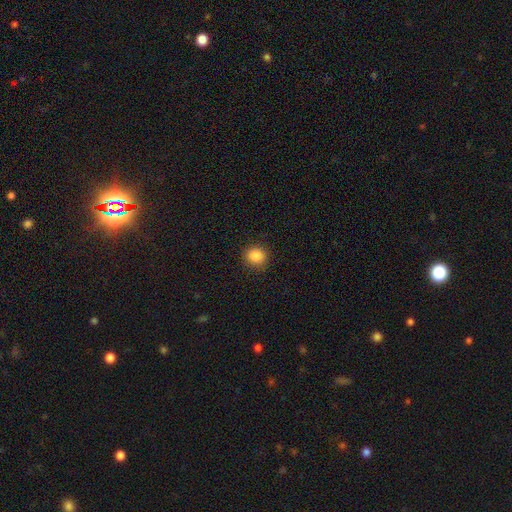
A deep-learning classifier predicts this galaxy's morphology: Smooth or featured?
  - smooth: 86% *
  - star or artifact: 10%
  - featured or disk: 4%
How rounded?
  - round: 87% *
  - in between: 12%
  - cigar-shaped: 1%
Merging?
  - none: 89% *
  - minor disturbance: 7%
  - major disturbance: 2%
  - merger: 1%